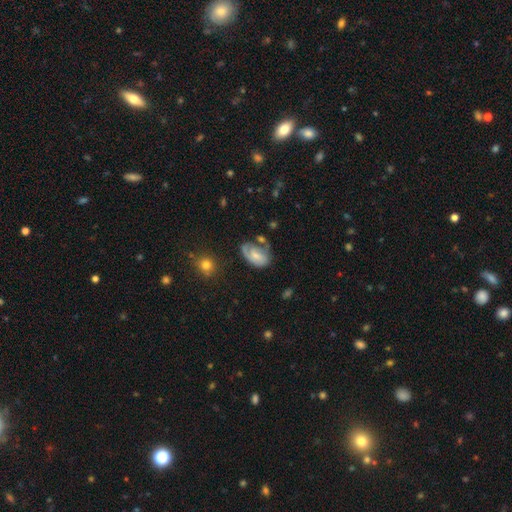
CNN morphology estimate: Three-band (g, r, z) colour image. It shows a featured or disk galaxy (49%). Merging: none (38%).